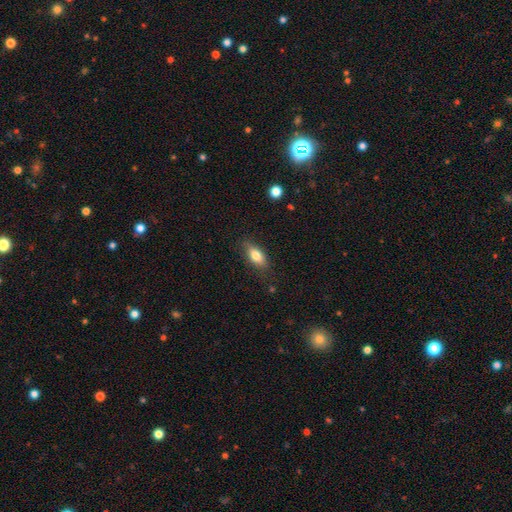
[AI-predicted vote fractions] Overall: smooth (77%). How rounded: in between (80%). Merging: none (79%).